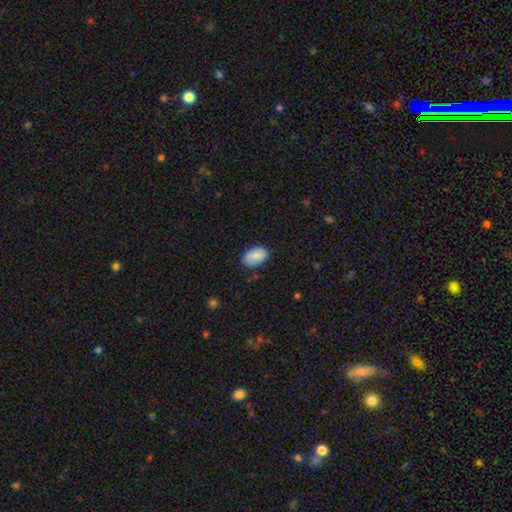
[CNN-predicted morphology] Smooth or featured?
  - smooth: 85% *
  - featured or disk: 8%
  - star or artifact: 7%
How rounded?
  - in between: 92% *
  - round: 7%
  - cigar-shaped: 1%
Merging?
  - none: 77% *
  - minor disturbance: 19%
  - major disturbance: 3%
  - merger: 1%